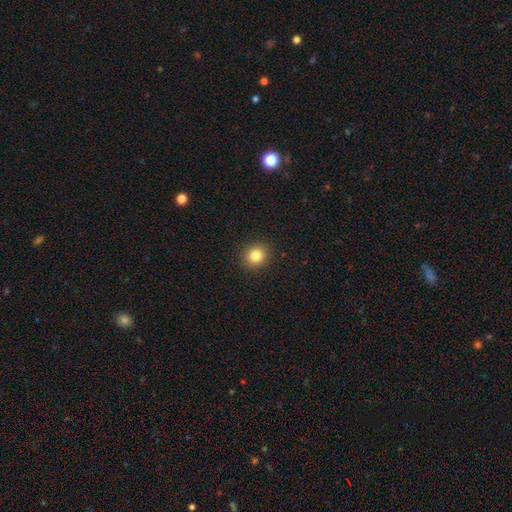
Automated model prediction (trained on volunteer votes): smooth_or_featured: smooth (p=0.83) [alt: star or artifact p=0.11]
how_rounded: round (p=0.83) [alt: in between p=0.16]
merging: none (p=0.91) [alt: minor disturbance p=0.06]